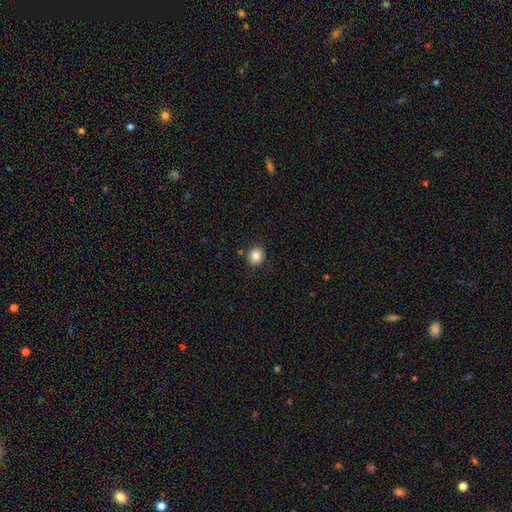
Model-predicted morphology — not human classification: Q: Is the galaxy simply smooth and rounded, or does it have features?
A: smooth — 84%.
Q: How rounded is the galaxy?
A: round — 79%.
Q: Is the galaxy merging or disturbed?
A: none — 87%.